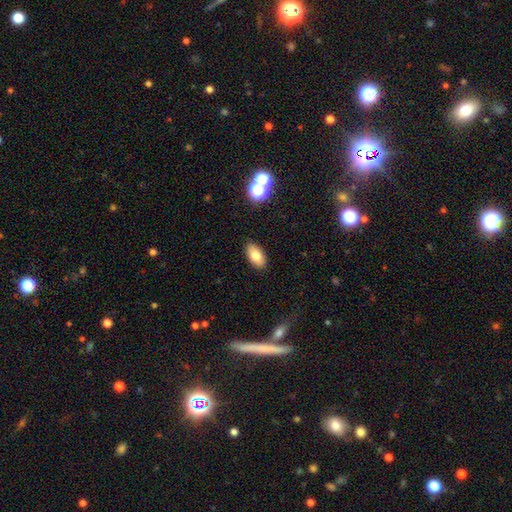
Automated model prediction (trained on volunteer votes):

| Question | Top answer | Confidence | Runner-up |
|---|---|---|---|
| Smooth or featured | smooth | 77% | featured or disk (14%) |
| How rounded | in between | 92% | cigar-shaped (4%) |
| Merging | none | 88% | minor disturbance (9%) |